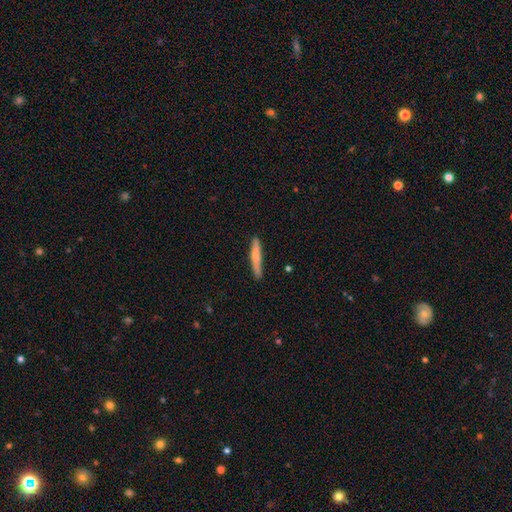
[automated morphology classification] A smooth galaxy with no disk features (65%) that is cigar-shaped (93%).

Vote fractions:
- Smooth or featured? smooth: 65% / featured or disk: 30% / star or artifact: 5%
- How rounded? cigar-shaped: 93% / in between: 6% / round: 1%
- Merging? none: 85% / minor disturbance: 12% / major disturbance: 2% / merger: 2%